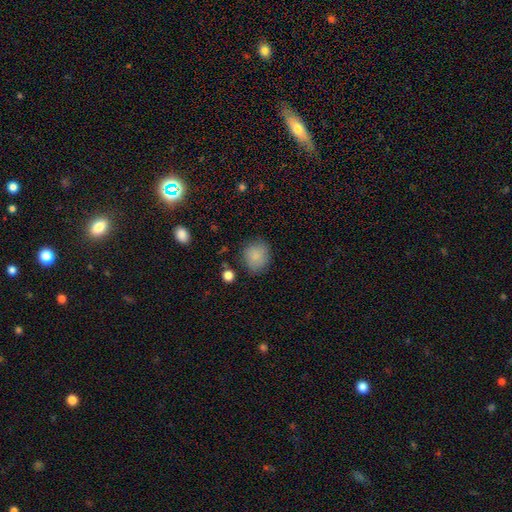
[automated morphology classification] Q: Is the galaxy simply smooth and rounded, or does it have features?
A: smooth — 86%.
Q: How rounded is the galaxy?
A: round — 75%.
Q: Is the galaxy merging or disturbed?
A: none — 77%.